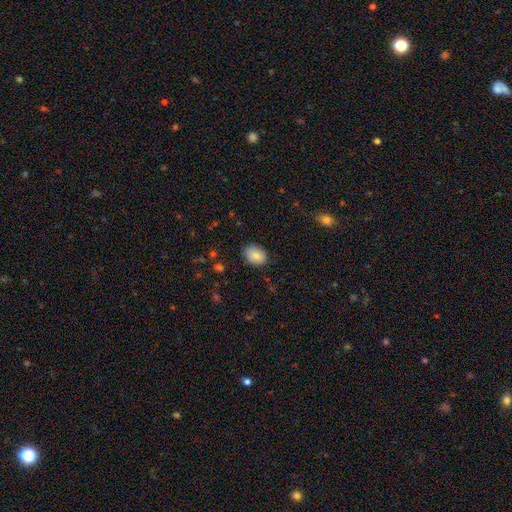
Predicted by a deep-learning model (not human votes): This is clearly a smooth galaxy (85%). How rounded: likely in between (70%). Merging: clearly none (84%).